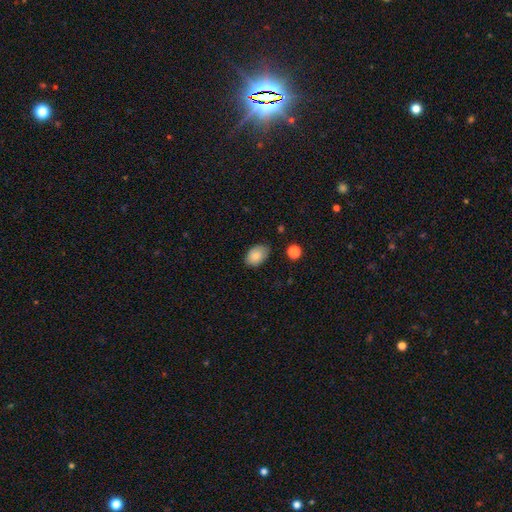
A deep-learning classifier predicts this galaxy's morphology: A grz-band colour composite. It shows a smooth galaxy with no disk features (83%) that is in between round and cigar-shaped (86%). Merging: none (74%).